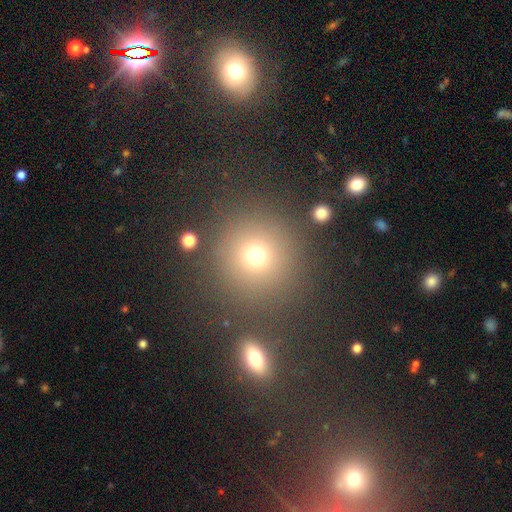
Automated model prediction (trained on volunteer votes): smooth_or_featured: smooth (p=0.72) [alt: star or artifact p=0.19]
how_rounded: round (p=0.94) [alt: in between p=0.05]
merging: none (p=0.81) [alt: minor disturbance p=0.07]